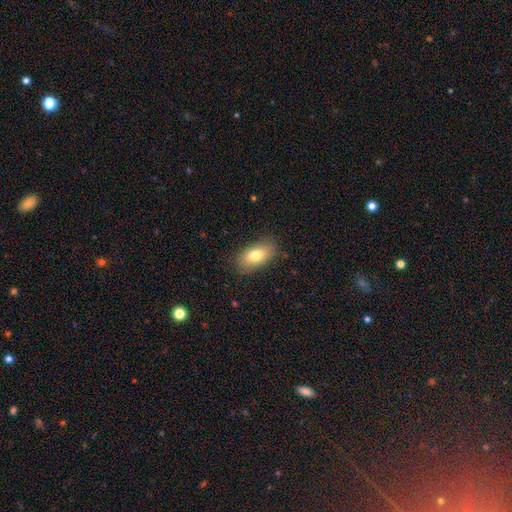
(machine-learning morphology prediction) Smooth or featured? Predicted: smooth (p=0.77). How rounded? Predicted: in between (p=0.90). Merging? Predicted: none (p=0.84).